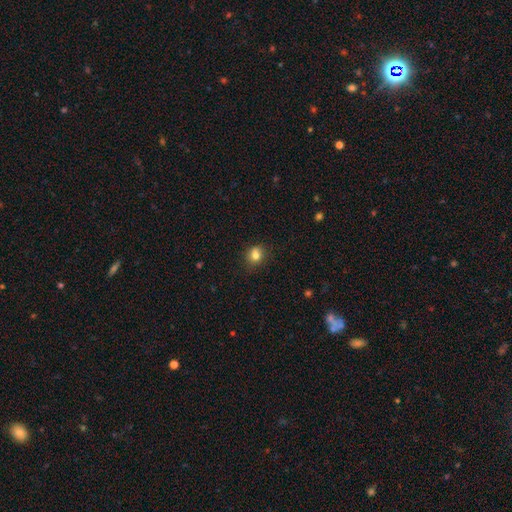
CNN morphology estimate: smooth 80%, star or artifact 12%, featured or disk 8%. Down the decision tree: how rounded — round (70%); merging — none (78%).